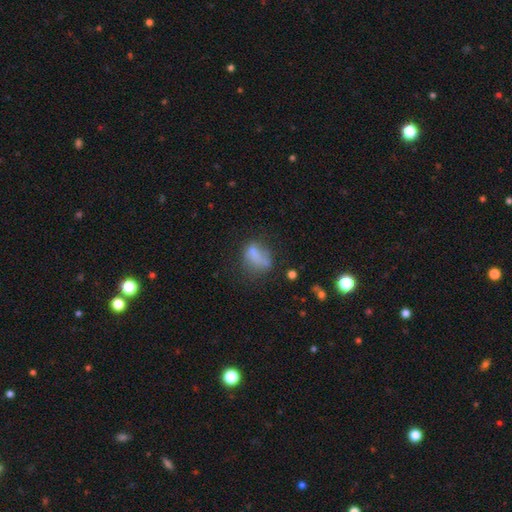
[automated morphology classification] smooth 65%, featured or disk 21%, star or artifact 14%. Down the decision tree: how rounded — in between (70%); merging — none (36%).